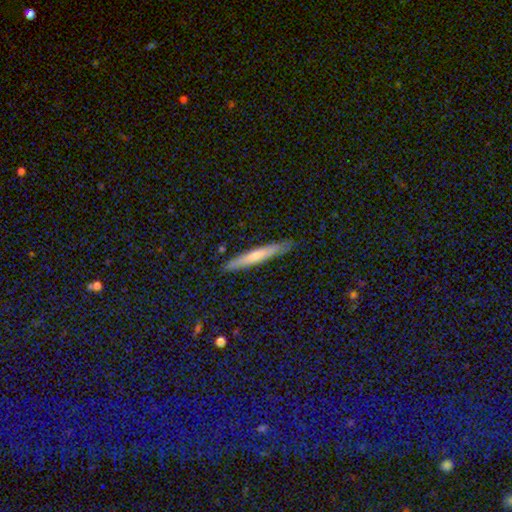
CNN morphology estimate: Smooth or featured? smooth (60%)
How rounded? cigar-shaped (95%)
Merging? none (86%)